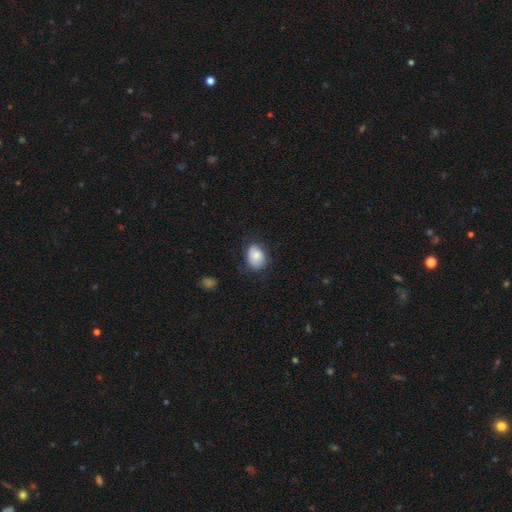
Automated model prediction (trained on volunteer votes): smooth 80%, featured or disk 13%, star or artifact 7%. Down the decision tree: how rounded — in between (71%); merging — none (70%).